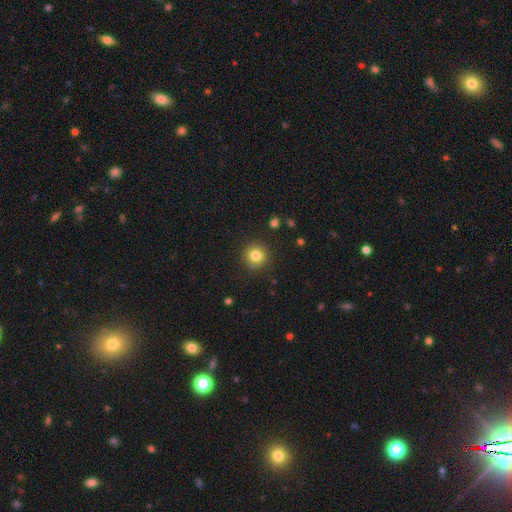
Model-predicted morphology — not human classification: smooth-or-featured: smooth: 81% | star or artifact: 12% | featured or disk: 7%
  how-rounded: round: 94% | in between: 5% | cigar-shaped: 1%
  merging: none: 89% | minor disturbance: 7% | major disturbance: 2% | merger: 2%